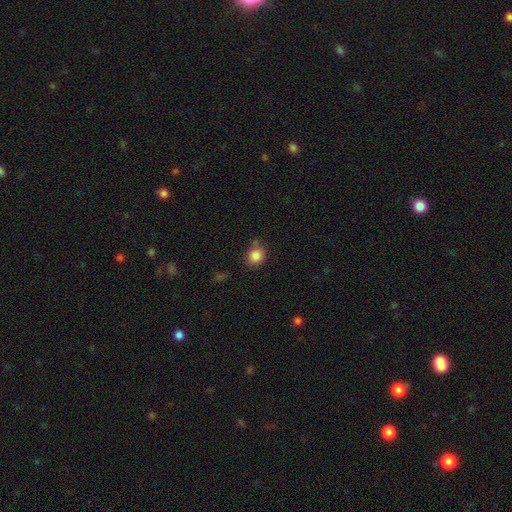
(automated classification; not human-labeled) Smooth or featured? smooth (85%)
How rounded? round (80%)
Merging? none (71%)